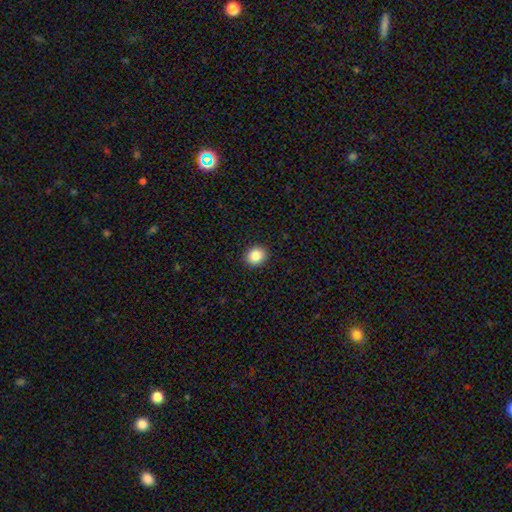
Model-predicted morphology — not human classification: Smooth or featured: smooth — 85% (star or artifact — 10%)
How rounded: round — 77% (in between — 22%)
Merging: none — 91% (minor disturbance — 6%)